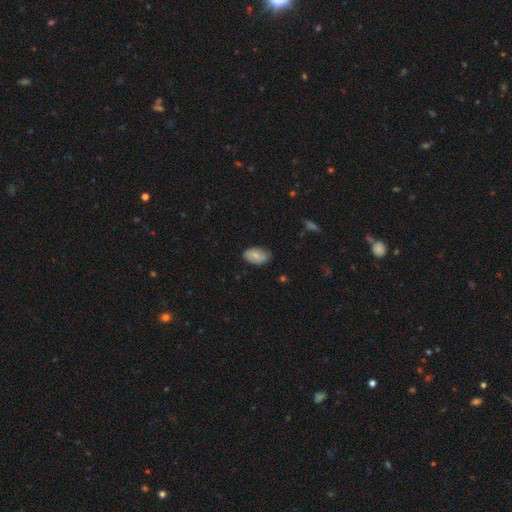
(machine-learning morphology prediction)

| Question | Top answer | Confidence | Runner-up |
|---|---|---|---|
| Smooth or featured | smooth | 61% | featured or disk (32%) |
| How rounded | in between | 90% | round (9%) |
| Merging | none | 70% | minor disturbance (24%) |